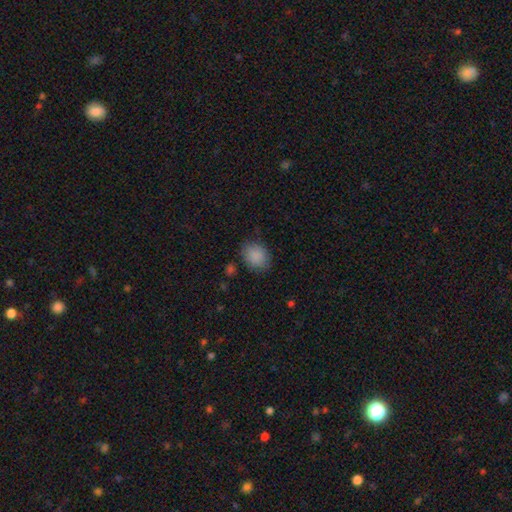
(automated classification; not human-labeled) Smooth or featured: smooth — 88% (star or artifact — 8%)
How rounded: round — 53% (in between — 46%)
Merging: none — 81% (minor disturbance — 13%)